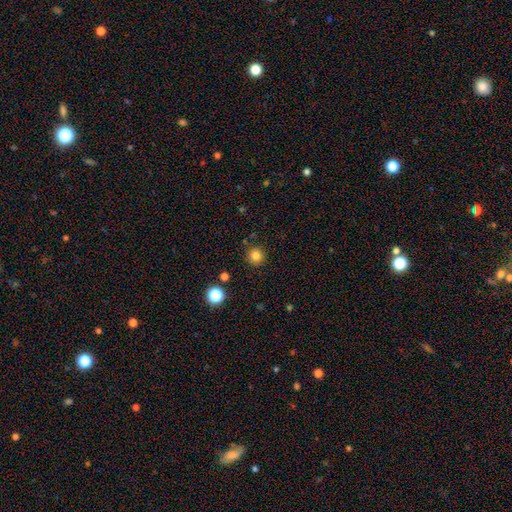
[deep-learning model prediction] Smooth or featured? smooth (82%)
How rounded? round (95%)
Merging? none (89%)